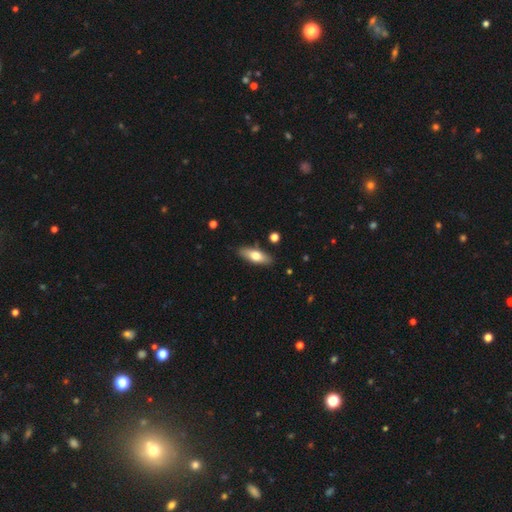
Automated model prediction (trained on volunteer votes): This appears to be a smooth galaxy with no disk features (65%) that is in between round and cigar-shaped (64%). Merging: none (86%).